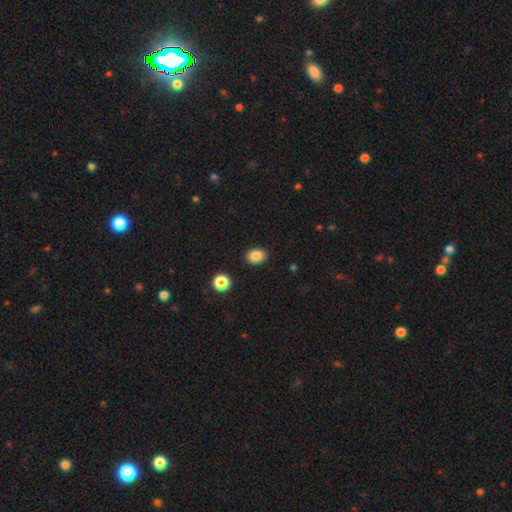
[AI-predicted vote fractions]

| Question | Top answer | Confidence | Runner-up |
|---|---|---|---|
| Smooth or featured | smooth | 86% | star or artifact (10%) |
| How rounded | in between | 61% | round (38%) |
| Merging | none | 89% | minor disturbance (7%) |